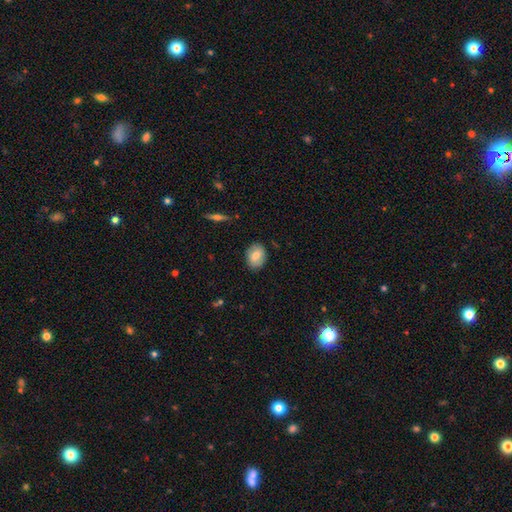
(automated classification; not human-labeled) Smooth or featured? smooth (71%)
How rounded? in between (68%)
Merging? none (85%)